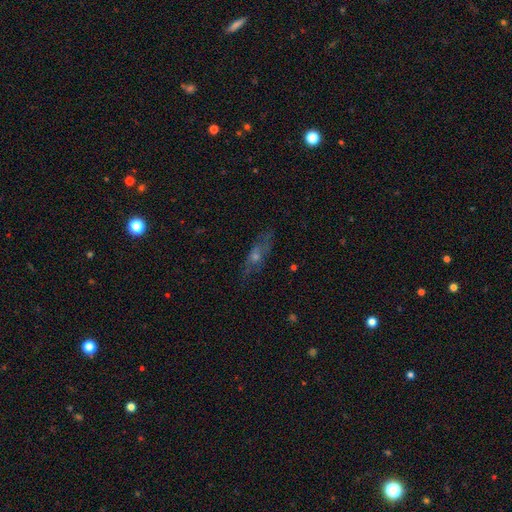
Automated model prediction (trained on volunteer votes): Smooth or featured: featured or disk — 51% (smooth — 33%)
Edge-on disk: no — 57% (yes — 43%)
Merging: none — 70% (minor disturbance — 19%)